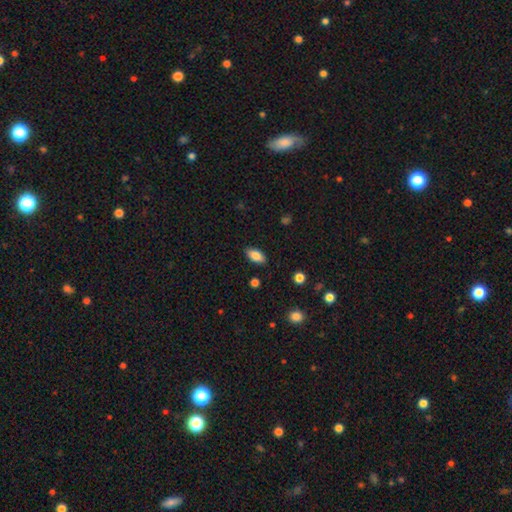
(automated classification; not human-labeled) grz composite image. It shows a smooth galaxy with no disk features (84%) that is in between round and cigar-shaped (91%). Merging: none (87%).